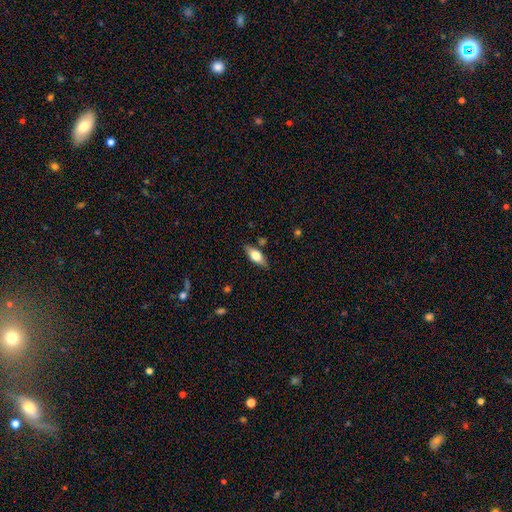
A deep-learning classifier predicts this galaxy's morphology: type=smooth (65%); roundness=in between (76%); merging=none (80%).